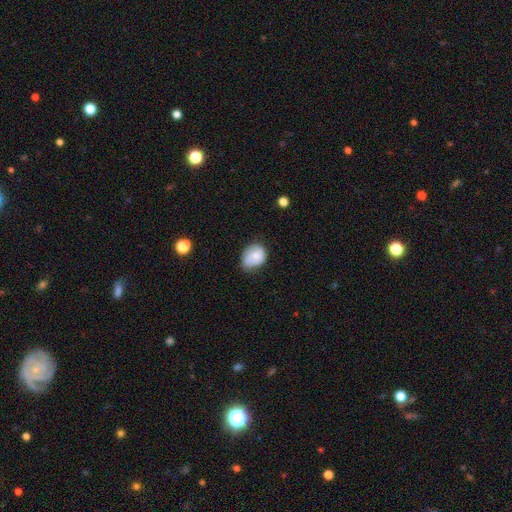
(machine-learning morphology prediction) This is likely a smooth galaxy (75%). How rounded: possibly in between (54%). Merging: possibly none (53%).